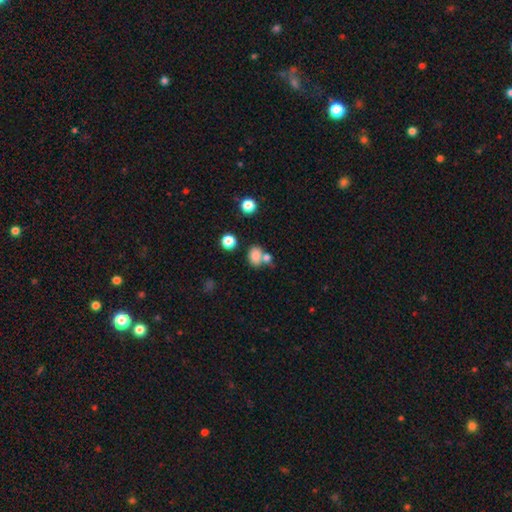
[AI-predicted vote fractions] Overall: smooth (81%). How rounded: in between (65%; round 34%). Merging: none (48%; merger 34%).